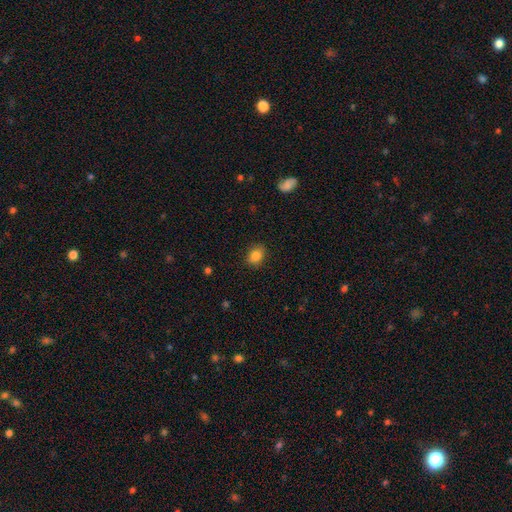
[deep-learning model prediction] Smooth or featured: smooth — 85% (star or artifact — 10%)
How rounded: in between — 60% (round — 39%)
Merging: none — 87% (minor disturbance — 9%)